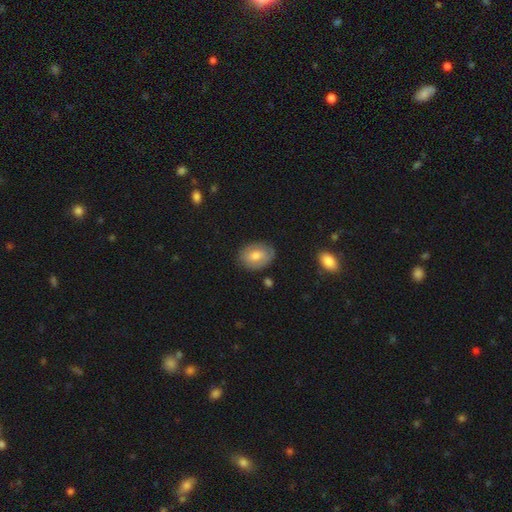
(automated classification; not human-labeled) Morphology: type=smooth (66%); roundness=in between (79%); merging=none (80%).